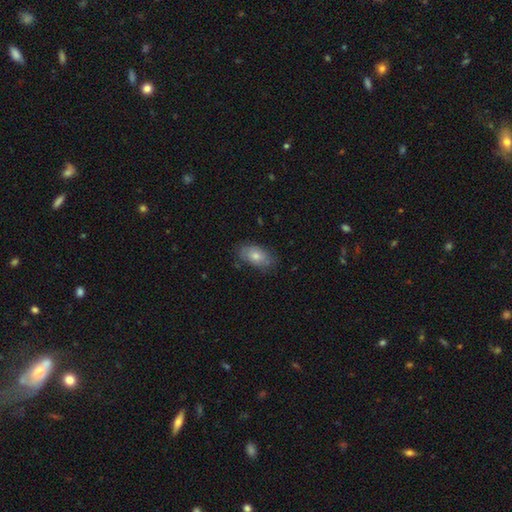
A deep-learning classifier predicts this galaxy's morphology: Smooth or featured: smooth — 60% (featured or disk — 29%)
How rounded: in between — 89% (round — 8%)
Merging: none — 76% (minor disturbance — 18%)